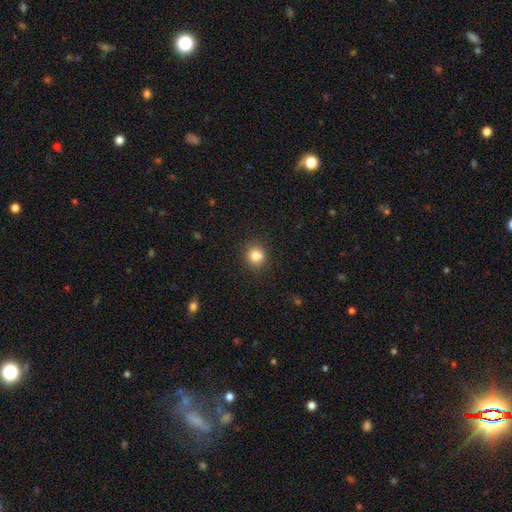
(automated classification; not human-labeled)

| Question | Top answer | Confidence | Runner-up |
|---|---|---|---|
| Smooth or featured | smooth | 81% | star or artifact (12%) |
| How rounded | round | 80% | in between (19%) |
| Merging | none | 70% | minor disturbance (13%) |